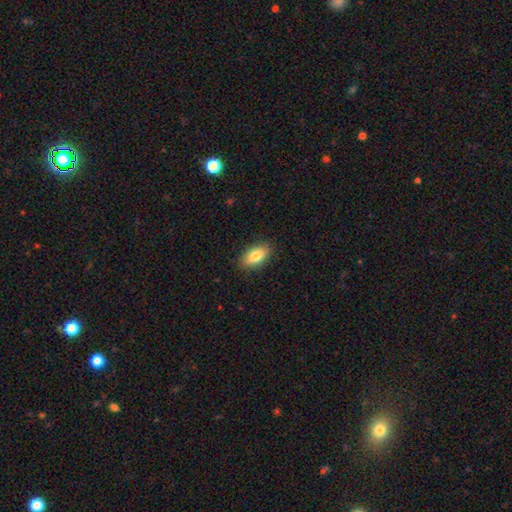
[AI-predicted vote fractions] Smooth or featured: smooth — 82% (featured or disk — 11%)
How rounded: in between — 91% (cigar-shaped — 5%)
Merging: none — 88% (minor disturbance — 9%)